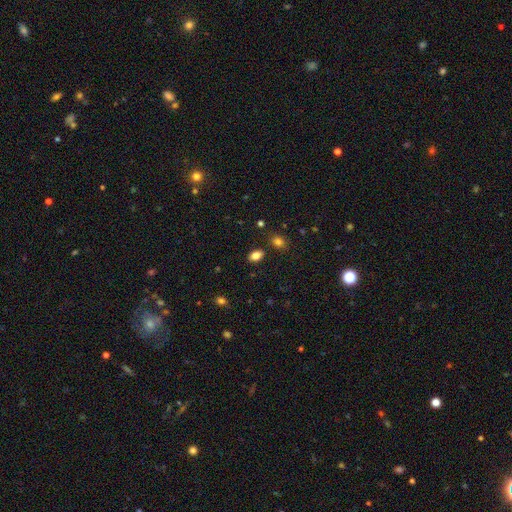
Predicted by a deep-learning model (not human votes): Smooth or featured? smooth (83%)
How rounded? in between (86%)
Merging? none (83%)